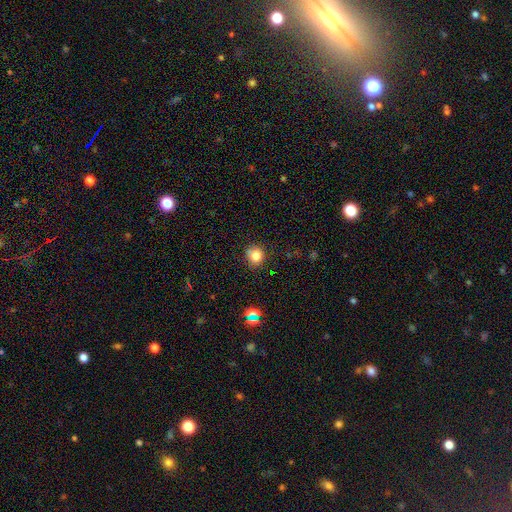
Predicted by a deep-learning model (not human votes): Q: Smooth or featured?
A: smooth (81%); runner-up: star or artifact (13%)
Q: How rounded?
A: round (85%); runner-up: in between (14%)
Q: Merging?
A: none (79%); runner-up: minor disturbance (15%)